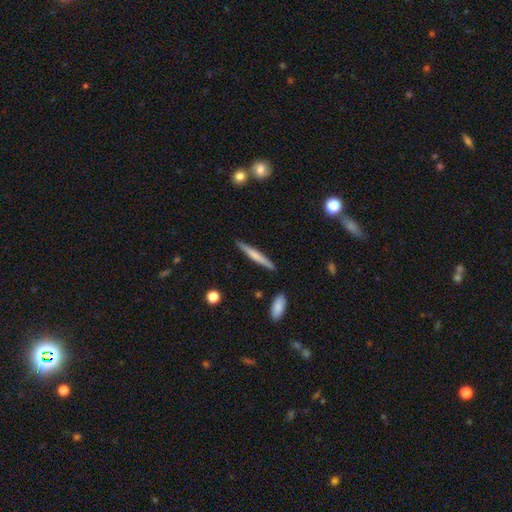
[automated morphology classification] type=smooth (58%); roundness=cigar-shaped (95%); merging=none (88%).